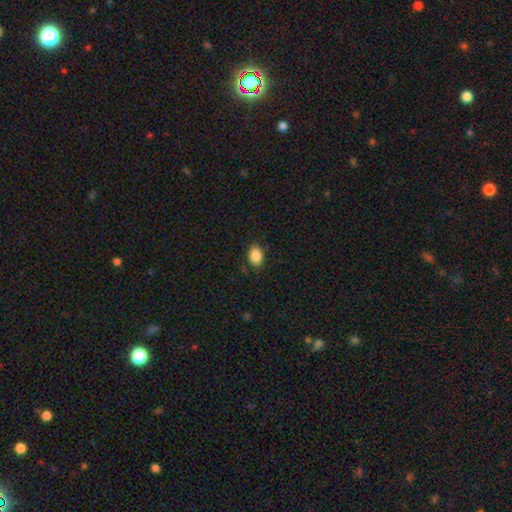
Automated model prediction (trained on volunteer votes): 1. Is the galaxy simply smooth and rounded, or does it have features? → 88% smooth, 8% star or artifact, 4% featured or disk.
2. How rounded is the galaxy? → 80% in between, 19% round, 1% cigar-shaped.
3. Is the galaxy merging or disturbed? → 86% none, 11% minor disturbance, 2% major disturbance, 1% merger.